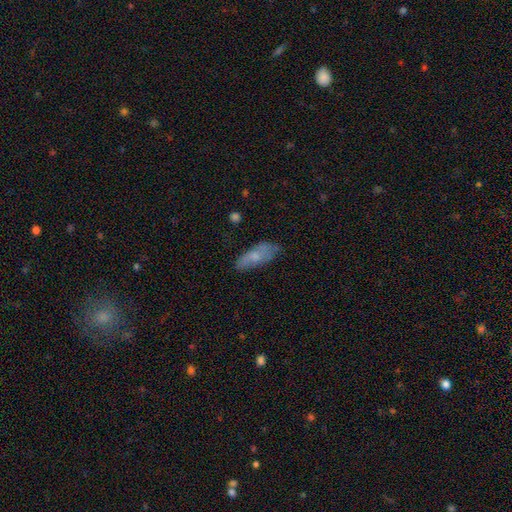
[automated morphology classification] Smooth or featured?
  - smooth: 64% *
  - featured or disk: 28%
  - star or artifact: 7%
How rounded?
  - in between: 70% *
  - cigar-shaped: 28%
  - round: 2%
Merging?
  - none: 59% *
  - minor disturbance: 29%
  - major disturbance: 9%
  - merger: 3%